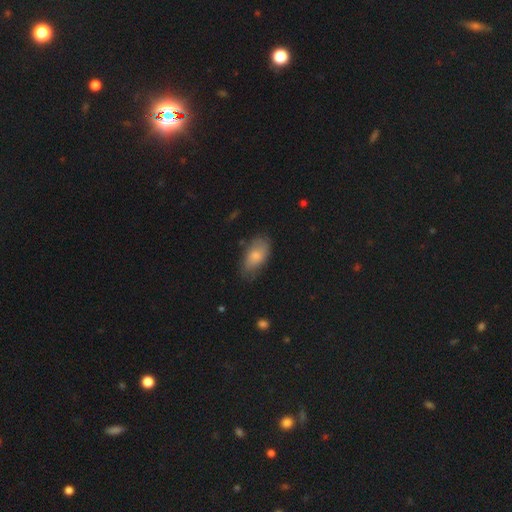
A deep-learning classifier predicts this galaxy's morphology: smooth_or_featured: smooth (p=0.76) [alt: featured or disk p=0.17]
how_rounded: in between (p=0.92) [alt: round p=0.04]
merging: none (p=0.65) [alt: minor disturbance p=0.26]